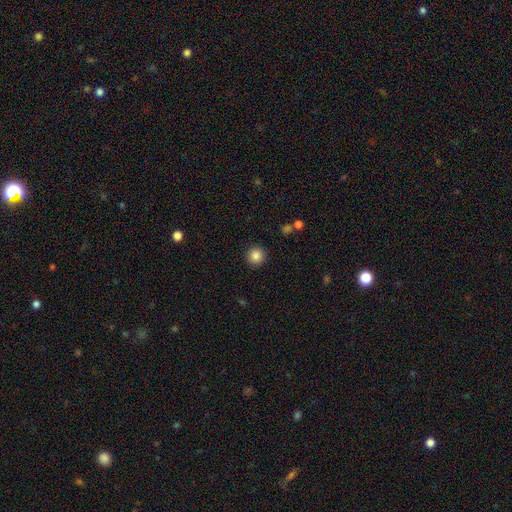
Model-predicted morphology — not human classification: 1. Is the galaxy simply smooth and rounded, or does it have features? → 86% smooth, 10% star or artifact, 4% featured or disk.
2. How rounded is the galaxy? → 95% round, 4% in between, 1% cigar-shaped.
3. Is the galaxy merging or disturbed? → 92% none, 5% minor disturbance, 2% major disturbance, 1% merger.